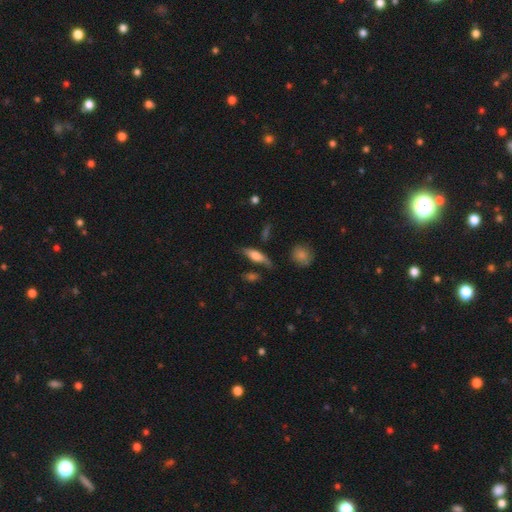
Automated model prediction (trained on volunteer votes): smooth_or_featured: smooth (p=0.61) [alt: featured or disk p=0.31]
how_rounded: in between (p=0.53) [alt: cigar-shaped p=0.43]
merging: none (p=0.61) [alt: minor disturbance p=0.25]